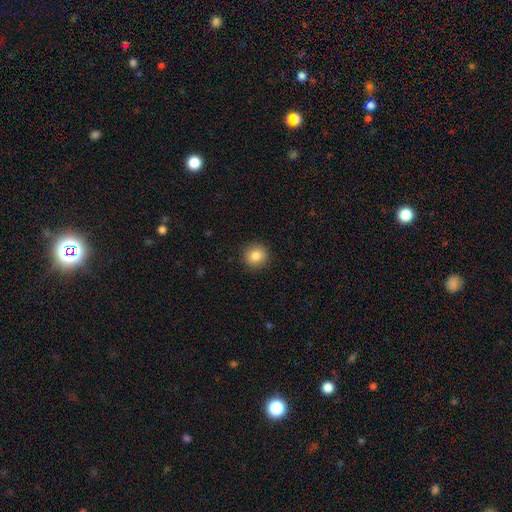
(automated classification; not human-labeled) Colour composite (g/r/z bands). It shows a smooth galaxy with no disk features (84%) that is round (93%). Merging: none (92%).